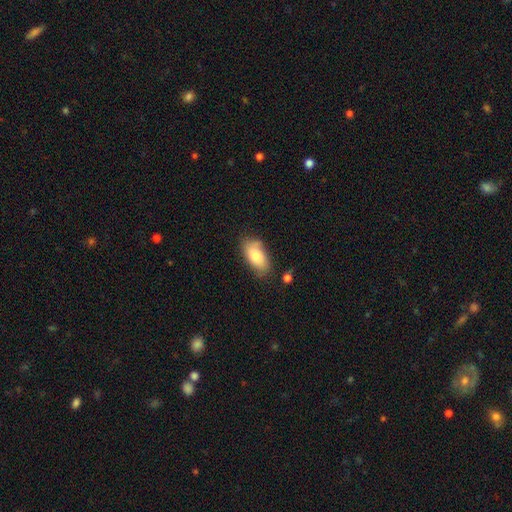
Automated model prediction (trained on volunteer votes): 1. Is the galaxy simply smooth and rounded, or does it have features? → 80% smooth, 14% featured or disk, 7% star or artifact.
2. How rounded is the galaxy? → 91% in between, 6% cigar-shaped, 3% round.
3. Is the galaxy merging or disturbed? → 67% none, 23% minor disturbance, 5% major disturbance, 4% merger.